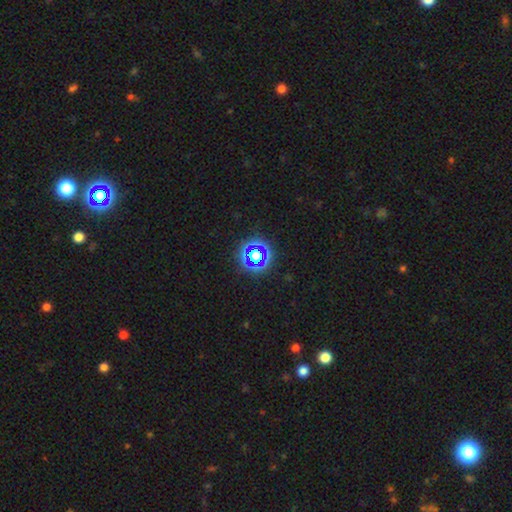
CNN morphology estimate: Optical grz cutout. It shows a star or artifact, not a galaxy (61%).